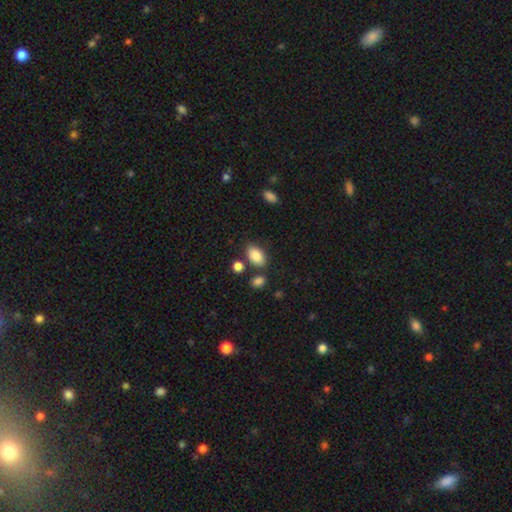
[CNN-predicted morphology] smooth_or_featured: smooth (p=0.86) [alt: star or artifact p=0.08]
how_rounded: in between (p=0.91) [alt: round p=0.08]
merging: none (p=0.74) [alt: minor disturbance p=0.13]